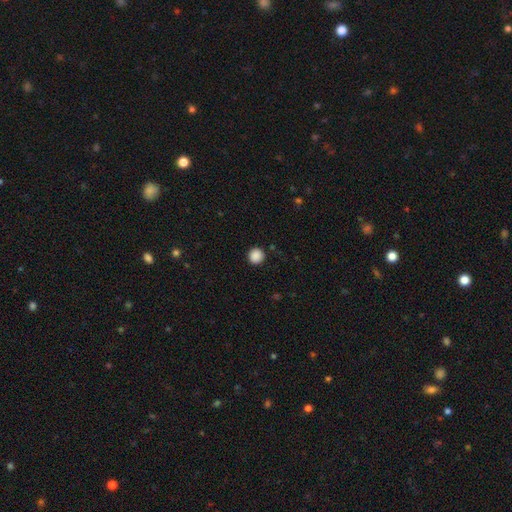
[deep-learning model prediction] Overall: smooth (88%). How rounded: round (94%). Merging: none (92%).